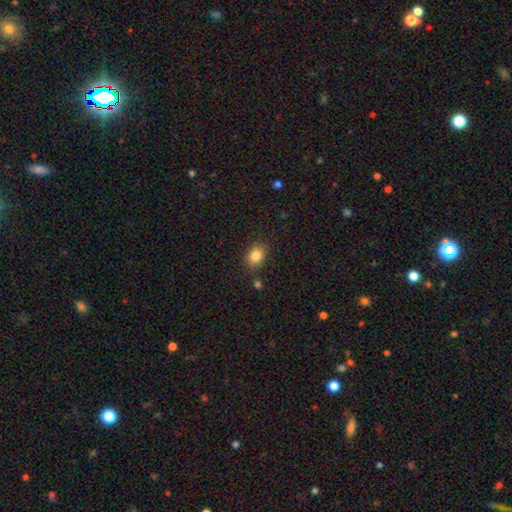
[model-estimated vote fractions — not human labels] A smooth galaxy with no disk features (84%) that is in between round and cigar-shaped (70%). Merging: none (81%).